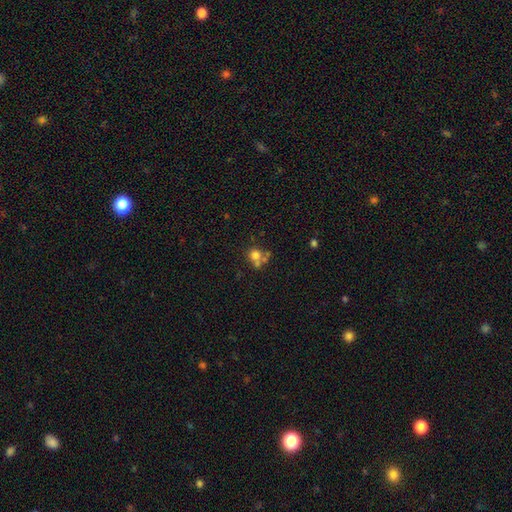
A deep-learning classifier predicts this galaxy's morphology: smooth-or-featured: smooth: 69% | featured or disk: 16% | star or artifact: 15%
  how-rounded: round: 80% | in between: 19% | cigar-shaped: 1%
  merging: none: 44% | merger: 37% | minor disturbance: 11% | major disturbance: 7%